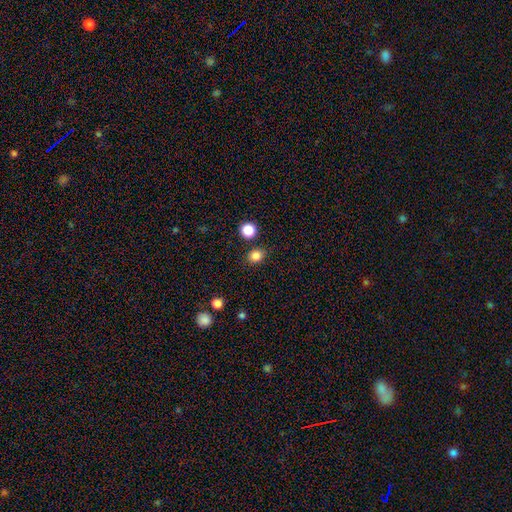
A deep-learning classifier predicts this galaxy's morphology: type=smooth (83%); roundness=round (67%); merging=none (83%).